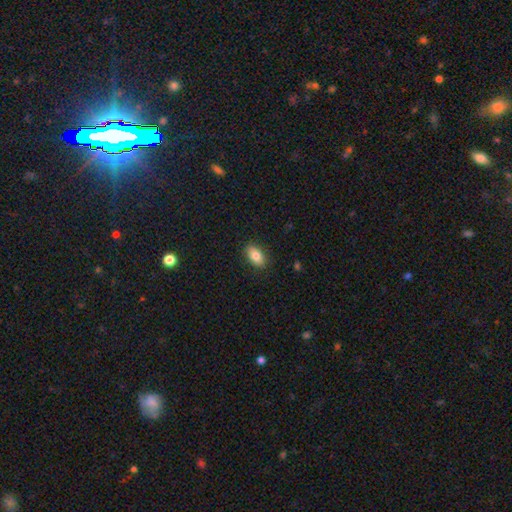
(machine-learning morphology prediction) A smooth galaxy with no disk features (82%) that is in between round and cigar-shaped (90%). Merging: none (87%).